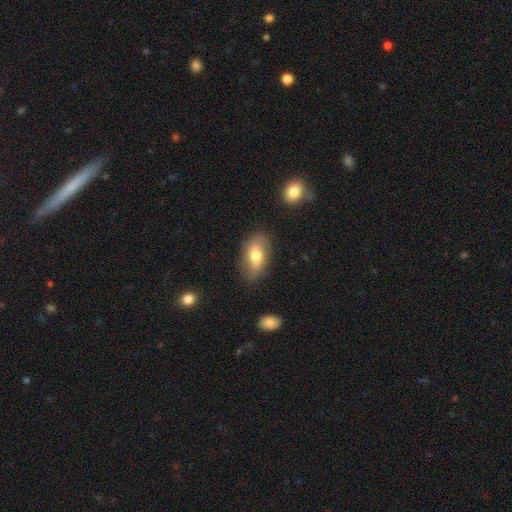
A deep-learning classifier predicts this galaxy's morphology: Smooth or featured: smooth — 68% (featured or disk — 25%)
How rounded: in between — 90% (round — 6%)
Merging: none — 78% (minor disturbance — 16%)